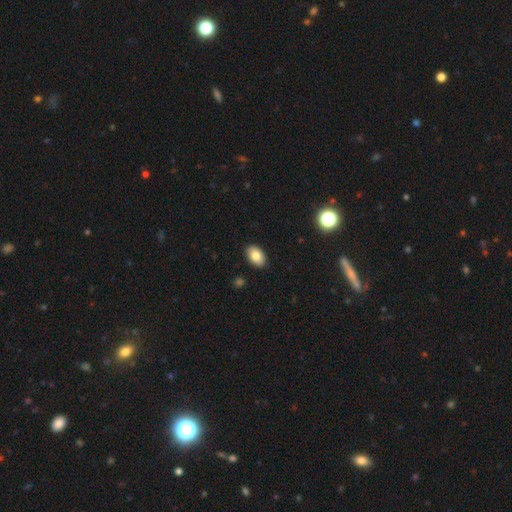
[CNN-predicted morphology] A smooth galaxy with no disk features (83%) that is in between round and cigar-shaped (89%).

Vote fractions:
- Smooth or featured? smooth: 83% / featured or disk: 9% / star or artifact: 8%
- How rounded? in between: 89% / round: 10% / cigar-shaped: 1%
- Merging? none: 89% / minor disturbance: 8% / major disturbance: 2% / merger: 1%